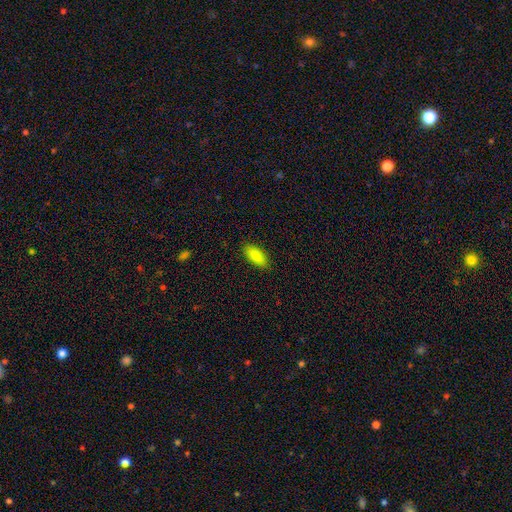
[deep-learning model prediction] smooth_or_featured: smooth (p=0.88) [alt: star or artifact p=0.07]
how_rounded: in between (p=0.84) [alt: cigar-shaped p=0.14]
merging: none (p=0.88) [alt: minor disturbance p=0.09]